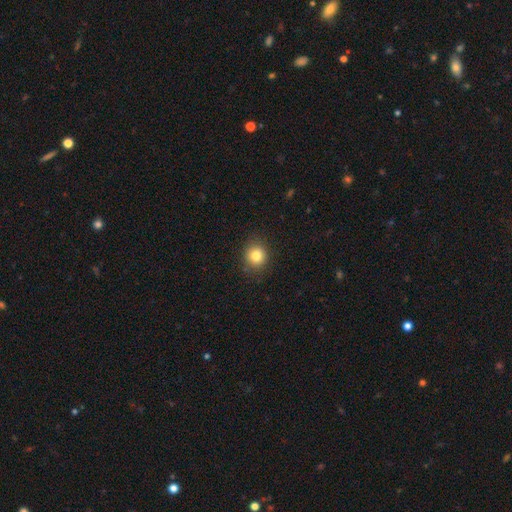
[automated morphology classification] Smooth or featured: smooth — 81% (star or artifact — 12%)
How rounded: round — 86% (in between — 13%)
Merging: none — 88% (minor disturbance — 9%)